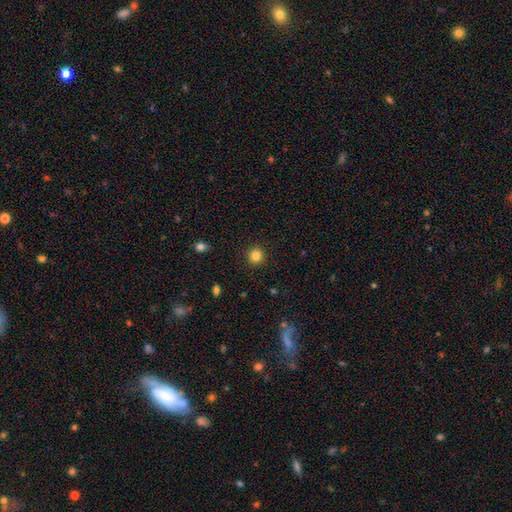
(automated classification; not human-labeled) Overall: smooth (83%). How rounded: round (93%). Merging: none (92%).